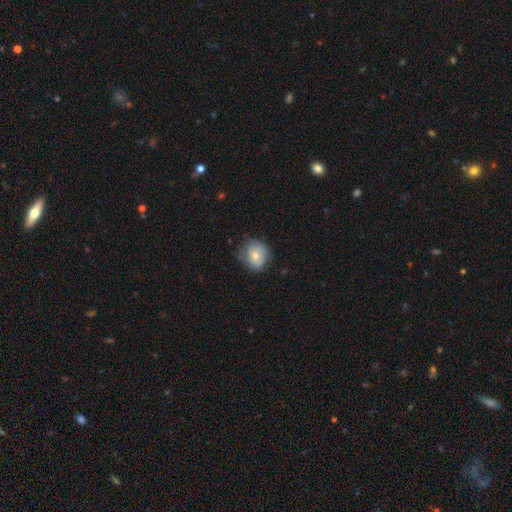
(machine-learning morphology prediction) A smooth galaxy with no disk features (64%) that is round (73%). Merging: none (60%).